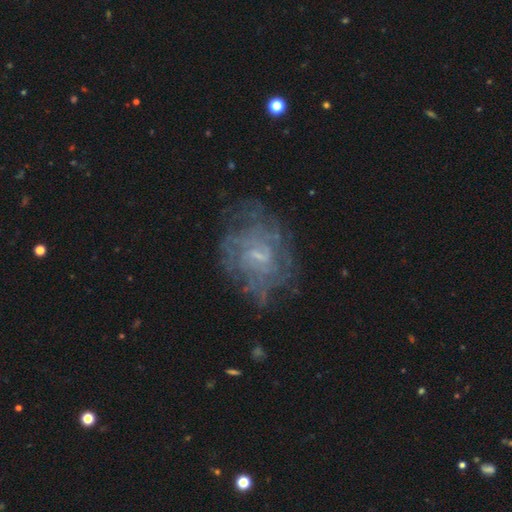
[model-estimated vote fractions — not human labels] smooth-or-featured: featured or disk: 62% | smooth: 20% | star or artifact: 18%
  disk-edge-on: no: 96% | yes: 4%
    bar: no: 62% | weak: 32% | strong: 6%
    has-spiral-arms: yes: 65% | no: 35%
    bulge-size: small: 63% | moderate: 25% | none: 10% | large: 2% | dominant: 1%
  merging: none: 70% | minor disturbance: 17% | major disturbance: 11% | merger: 2%